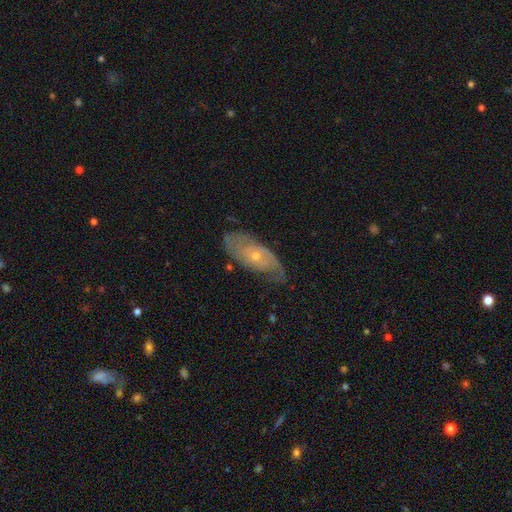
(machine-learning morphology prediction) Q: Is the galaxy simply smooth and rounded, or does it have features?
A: featured or disk — 72%.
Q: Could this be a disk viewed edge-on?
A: no — 89%.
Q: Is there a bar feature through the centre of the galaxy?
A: no — 77%.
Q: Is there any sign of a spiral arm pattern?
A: yes — 83%.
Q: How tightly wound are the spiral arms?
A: tight — 49%.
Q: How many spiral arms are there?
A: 2 — 46%.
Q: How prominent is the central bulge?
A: small — 58%.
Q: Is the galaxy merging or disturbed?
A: none — 62%.